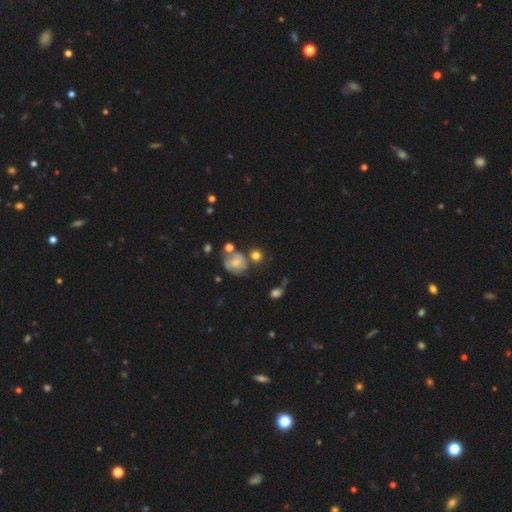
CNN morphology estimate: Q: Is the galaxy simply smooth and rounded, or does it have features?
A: smooth — 63%.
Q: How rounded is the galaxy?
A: round — 78%.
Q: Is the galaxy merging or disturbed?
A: none — 55%.